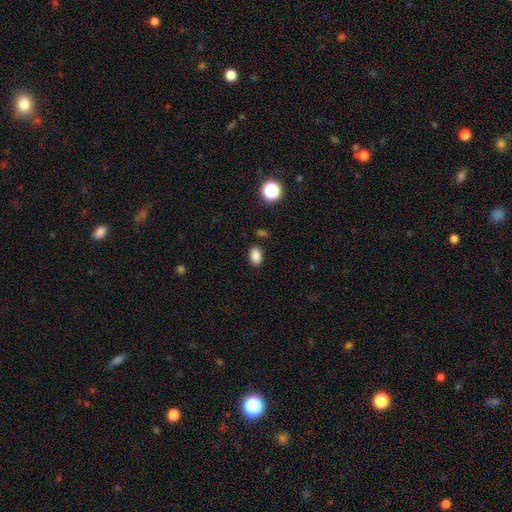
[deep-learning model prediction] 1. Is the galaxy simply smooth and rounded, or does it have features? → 86% smooth, 10% star or artifact, 3% featured or disk.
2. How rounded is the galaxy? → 85% in between, 14% round, 1% cigar-shaped.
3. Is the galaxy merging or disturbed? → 85% none, 10% minor disturbance, 3% major disturbance, 2% merger.